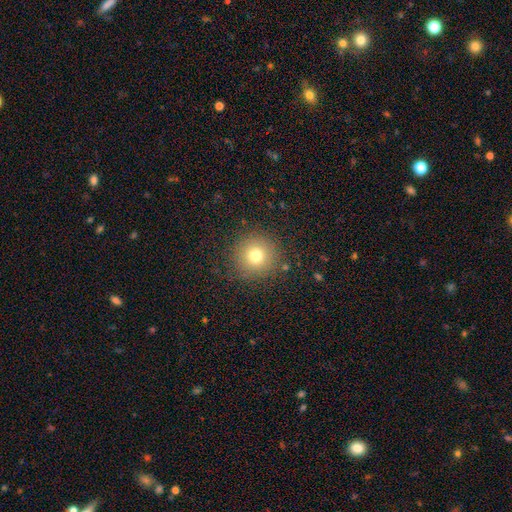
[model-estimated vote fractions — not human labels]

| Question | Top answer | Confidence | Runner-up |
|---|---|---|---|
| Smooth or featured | smooth | 73% | star or artifact (16%) |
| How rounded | round | 95% | in between (4%) |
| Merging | none | 86% | minor disturbance (8%) |